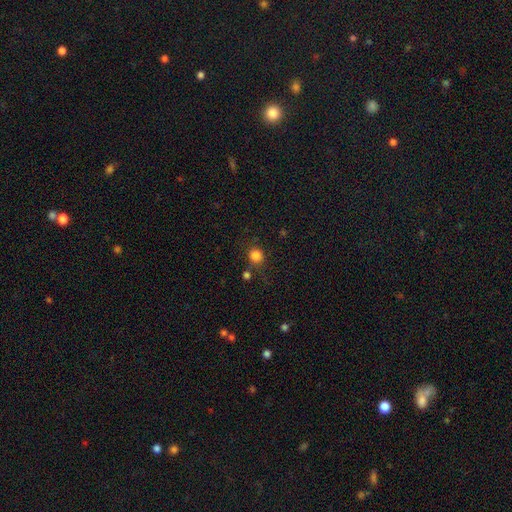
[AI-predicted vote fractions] smooth 84%, star or artifact 12%, featured or disk 4%. Down the decision tree: how rounded — round (87%); merging — none (76%).